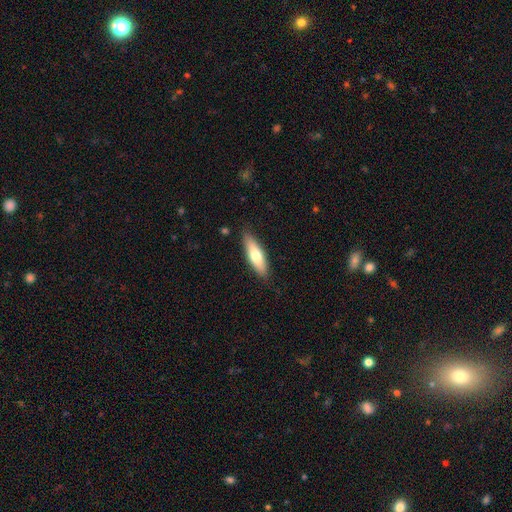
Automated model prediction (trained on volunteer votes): This appears to be a smooth galaxy with no disk features (66%) that is cigar-shaped (51%). Merging: none (85%).